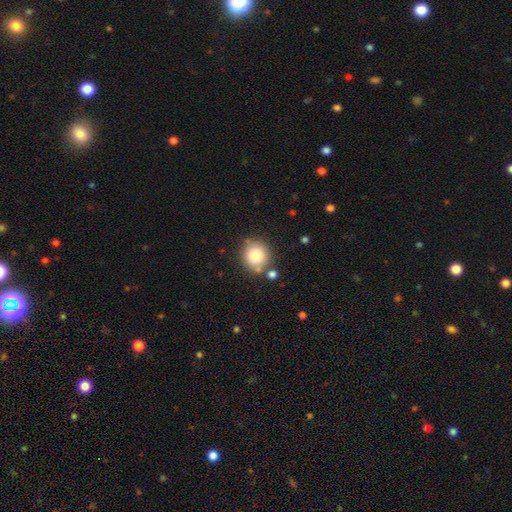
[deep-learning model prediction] A smooth galaxy with no disk features (82%) that is round (89%).

Vote fractions:
- Smooth or featured? smooth: 82% / star or artifact: 10% / featured or disk: 8%
- How rounded? round: 89% / in between: 10% / cigar-shaped: 1%
- Merging? none: 76% / minor disturbance: 11% / merger: 9% / major disturbance: 3%